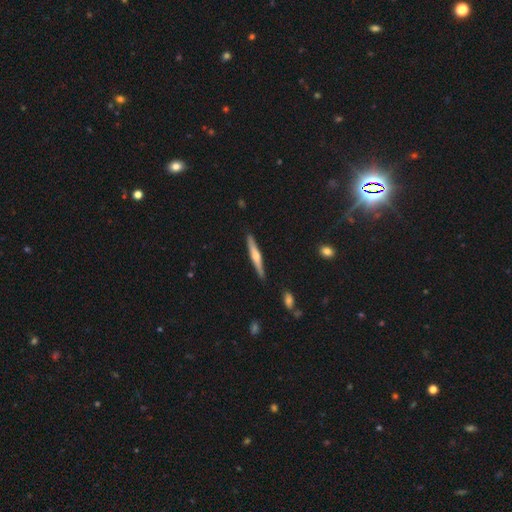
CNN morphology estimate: The model was most divided on "smooth or featured": featured or disk: 57%, smooth: 38%, star or artifact: 6%. More confident: edge-on disk — yes (97%); merging — none (88%); edge-on bulge — rounded (82%).